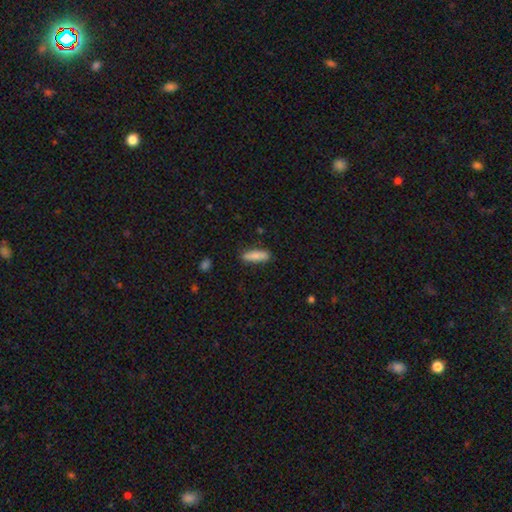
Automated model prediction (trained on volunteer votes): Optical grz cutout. It shows a smooth galaxy with no disk features (81%) that is cigar-shaped (58%). Merging: none (84%).